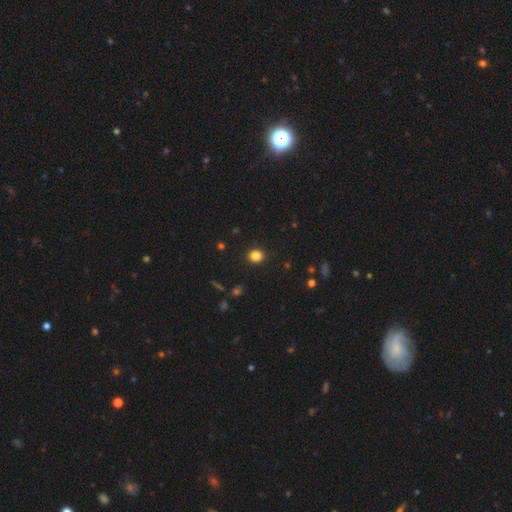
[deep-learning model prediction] This appears to be a smooth galaxy with no disk features (84%) that is round (79%). Merging: none (91%).